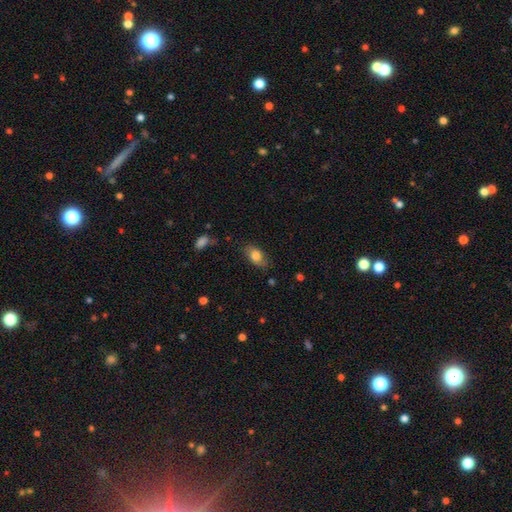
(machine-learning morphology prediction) smooth 78%, featured or disk 14%, star or artifact 7%. Down the decision tree: how rounded — in between (89%); merging — none (74%).